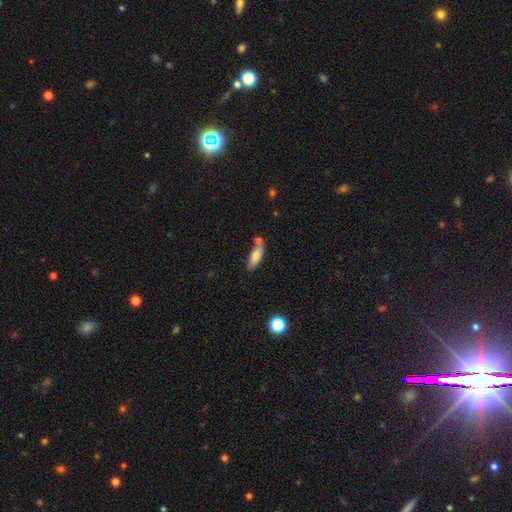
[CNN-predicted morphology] The model was most divided on "how rounded": in between: 60%, cigar-shaped: 37%, round: 2%. More confident: smooth or featured — smooth (79%); merging — none (58%).